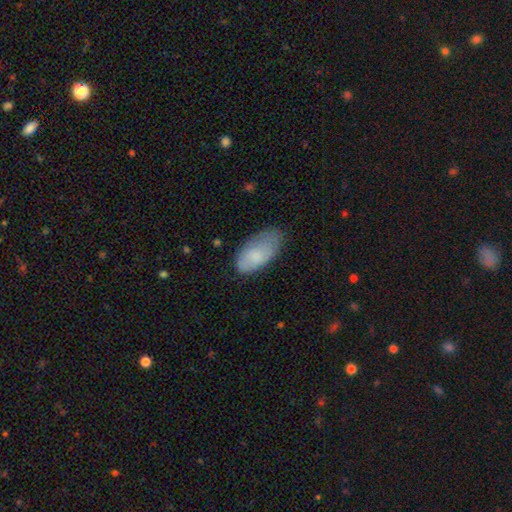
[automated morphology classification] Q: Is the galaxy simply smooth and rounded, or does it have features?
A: smooth — 80%.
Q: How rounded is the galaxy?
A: in between — 93%.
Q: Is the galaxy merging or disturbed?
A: none — 59%.